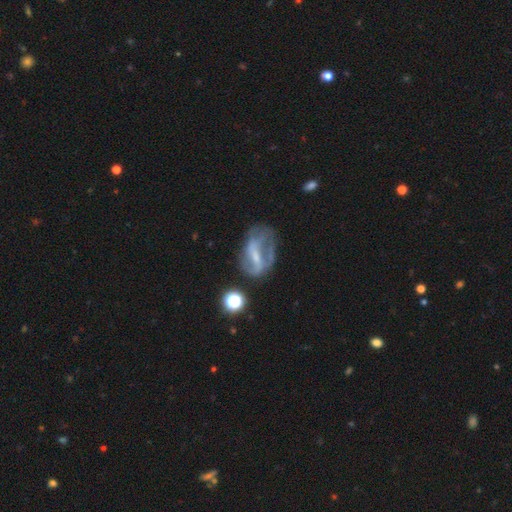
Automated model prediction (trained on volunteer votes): Q: Smooth or featured?
A: featured or disk (62%); runner-up: smooth (26%)
Q: Edge-on disk?
A: no (94%); runner-up: yes (6%)
Q: Bar?
A: weak (38%); runner-up: strong (32%)
Q: Spiral arms?
A: no (51%); runner-up: yes (49%)
Q: Bulge size?
A: small (48%); runner-up: moderate (25%)
Q: Merging?
A: none (40%); runner-up: major disturbance (30%)